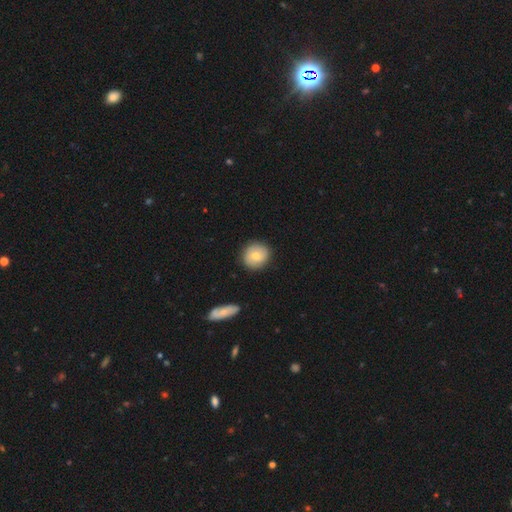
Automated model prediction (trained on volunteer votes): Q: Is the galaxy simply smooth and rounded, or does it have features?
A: smooth — 71%.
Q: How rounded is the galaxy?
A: round — 88%.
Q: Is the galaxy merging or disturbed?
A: none — 87%.